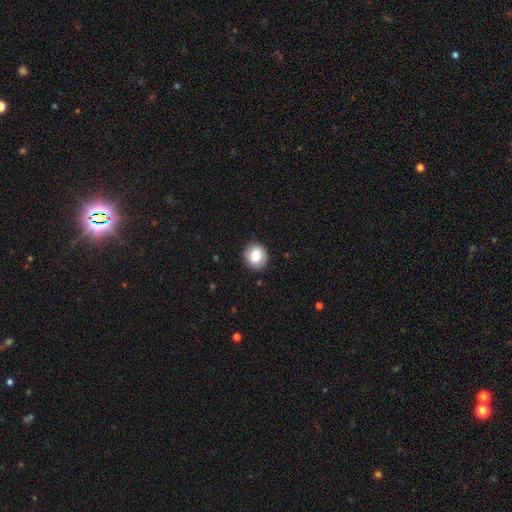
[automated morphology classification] smooth 83%, featured or disk 9%, star or artifact 8%. Down the decision tree: how rounded — round (81%); merging — none (87%).